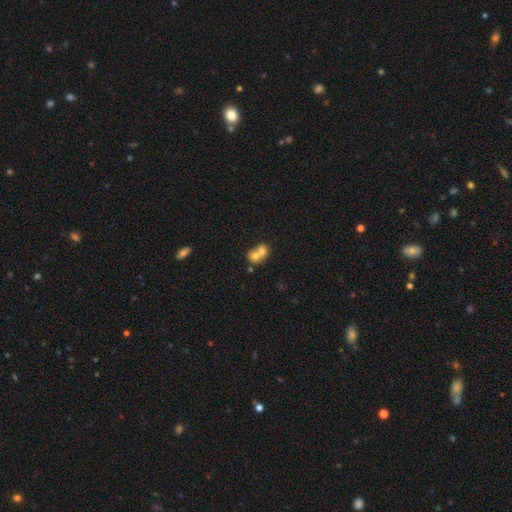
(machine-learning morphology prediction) smooth-or-featured: smooth: 68% | featured or disk: 23% | star or artifact: 10%
  how-rounded: round: 61% | in between: 38% | cigar-shaped: 1%
  merging: merger: 73% | none: 20% | minor disturbance: 5% | major disturbance: 3%